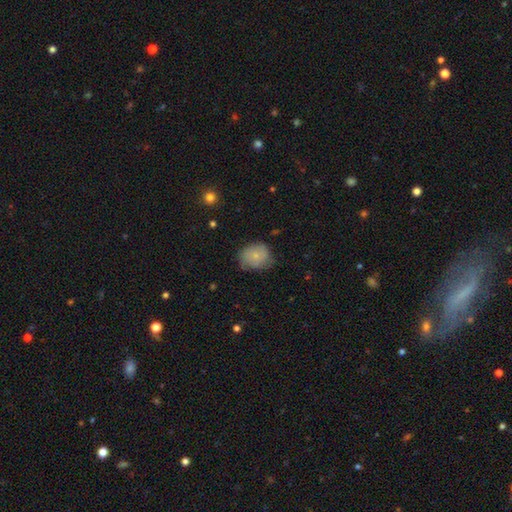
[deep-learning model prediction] smooth_or_featured: smooth (p=0.72) [alt: featured or disk p=0.21]
how_rounded: round (p=0.58) [alt: in between p=0.41]
merging: none (p=0.60) [alt: minor disturbance p=0.31]